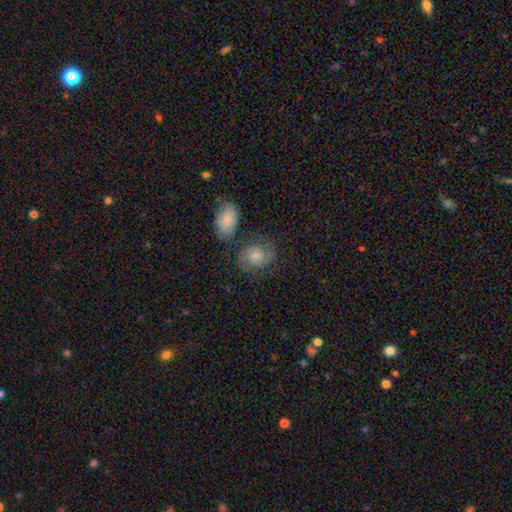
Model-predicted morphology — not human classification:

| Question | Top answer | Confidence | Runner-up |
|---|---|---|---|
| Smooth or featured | featured or disk | 62% | smooth (26%) |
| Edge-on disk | no | 98% | yes (2%) |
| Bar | no | 64% | weak (31%) |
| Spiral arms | yes | 93% | no (7%) |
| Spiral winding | medium | 50% | tight (36%) |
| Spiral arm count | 2 | 87% | can't tell (7%) |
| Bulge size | moderate | 41% | small (40%) |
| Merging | none | 68% | minor disturbance (16%) |